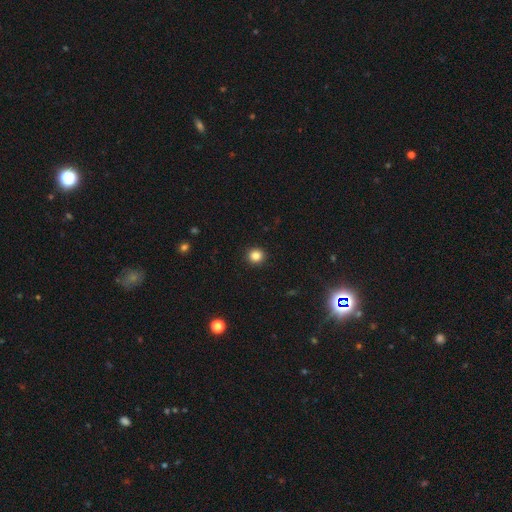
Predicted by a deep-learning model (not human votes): smooth_or_featured: smooth (p=0.84) [alt: star or artifact p=0.11]
how_rounded: round (p=0.91) [alt: in between p=0.08]
merging: none (p=0.93) [alt: minor disturbance p=0.05]